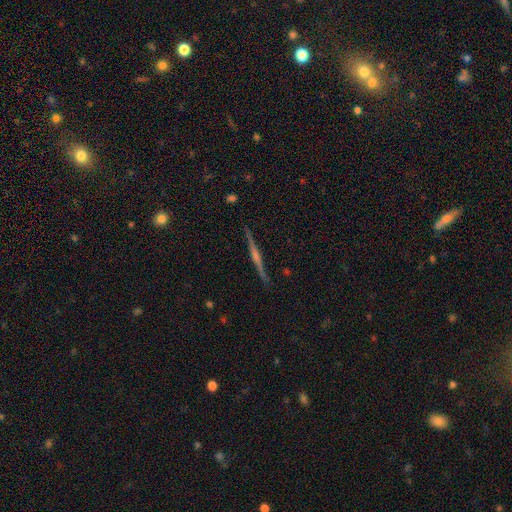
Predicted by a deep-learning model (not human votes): A featured or disk galaxy (62%) viewed edge-on (94%) with a rounded central bulge (73%). Merging: none (86%).